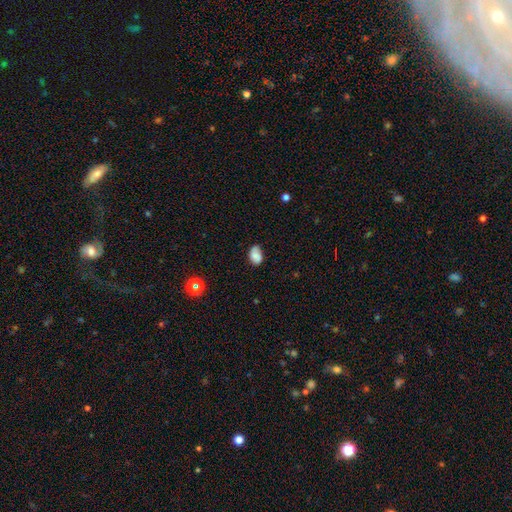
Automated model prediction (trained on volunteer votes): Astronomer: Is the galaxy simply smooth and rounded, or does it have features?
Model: smooth — 75%.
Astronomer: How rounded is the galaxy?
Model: in between — 84%.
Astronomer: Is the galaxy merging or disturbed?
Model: none — 65%.